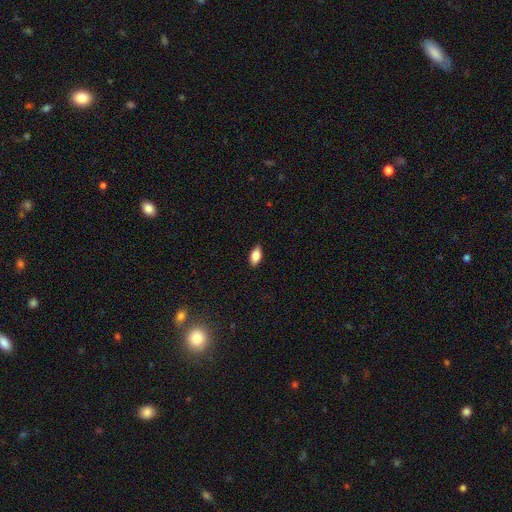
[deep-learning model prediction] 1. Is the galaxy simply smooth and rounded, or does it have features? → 82% smooth, 11% featured or disk, 7% star or artifact.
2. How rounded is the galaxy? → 90% in between, 7% cigar-shaped, 4% round.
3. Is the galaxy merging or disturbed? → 86% none, 11% minor disturbance, 2% major disturbance, 1% merger.